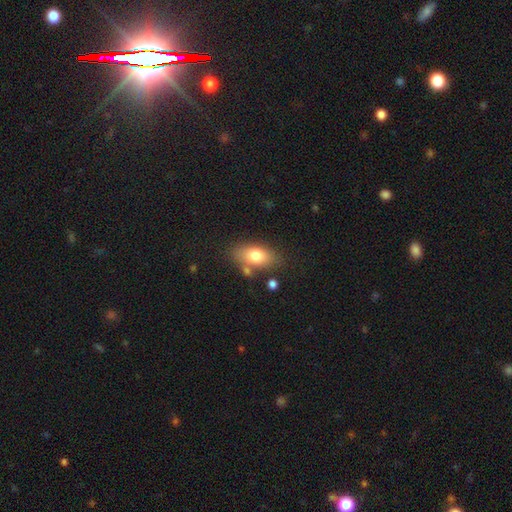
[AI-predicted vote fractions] Overall: smooth (76%). How rounded: in between (87%). Merging: none (71%).